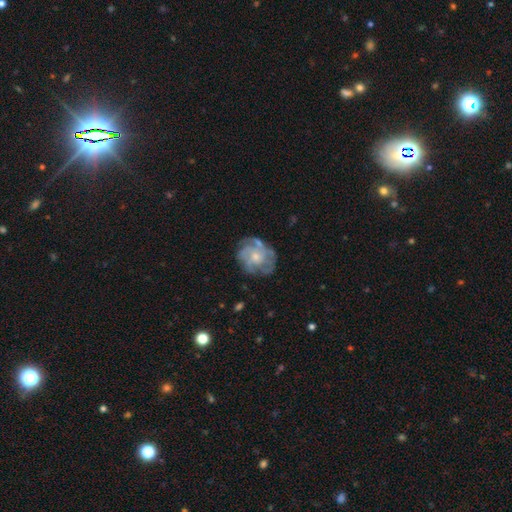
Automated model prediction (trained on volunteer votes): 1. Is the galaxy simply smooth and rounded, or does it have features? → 73% featured or disk, 20% smooth, 7% star or artifact.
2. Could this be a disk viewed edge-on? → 98% no, 2% yes.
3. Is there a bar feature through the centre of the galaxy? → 81% no, 17% weak, 2% strong.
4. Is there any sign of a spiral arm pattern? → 77% yes, 23% no.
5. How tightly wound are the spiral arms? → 49% tight, 35% medium, 16% loose.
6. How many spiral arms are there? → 41% can't tell, 19% 4, 18% 3, 10% 2, 7% more than 4, 5% 1.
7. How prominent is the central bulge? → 51% small, 41% moderate, 4% none, 3% large, 1% dominant.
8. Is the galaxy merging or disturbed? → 64% none, 20% minor disturbance, 12% major disturbance, 3% merger.